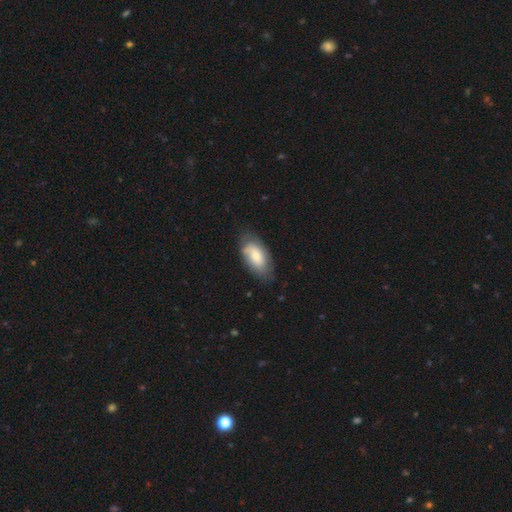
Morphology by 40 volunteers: Overall: smooth (85%). How rounded: in between (79%). Merging: none (59%; minor disturbance 28%).